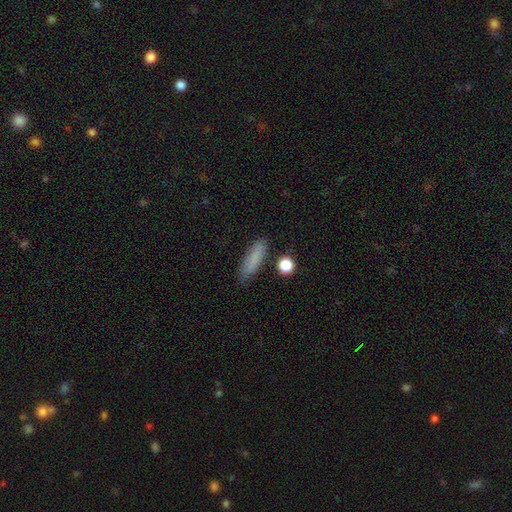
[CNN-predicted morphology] Overall: smooth (83%). How rounded: cigar-shaped (58%; in between 39%). Merging: none (75%).